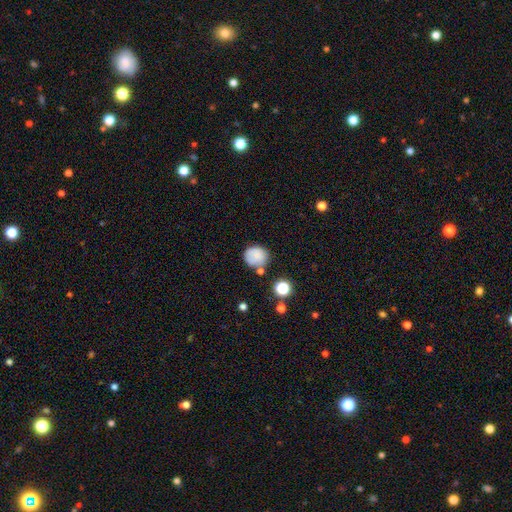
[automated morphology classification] Overall: smooth (80%). How rounded: round (81%). Merging: none (67%).